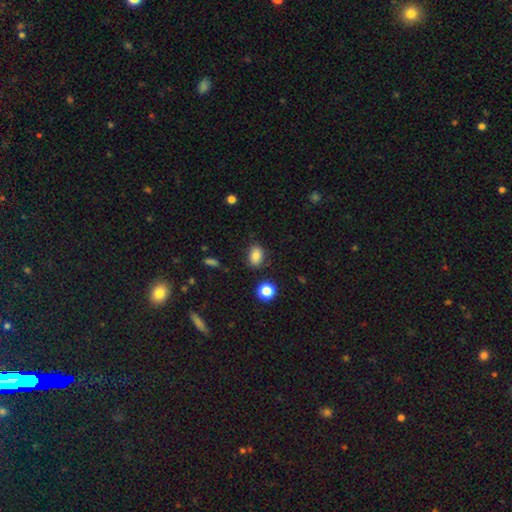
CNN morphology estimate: The model was most divided on "how rounded": in between: 76%, round: 23%, cigar-shaped: 2%. More confident: smooth or featured — smooth (84%); merging — none (81%).